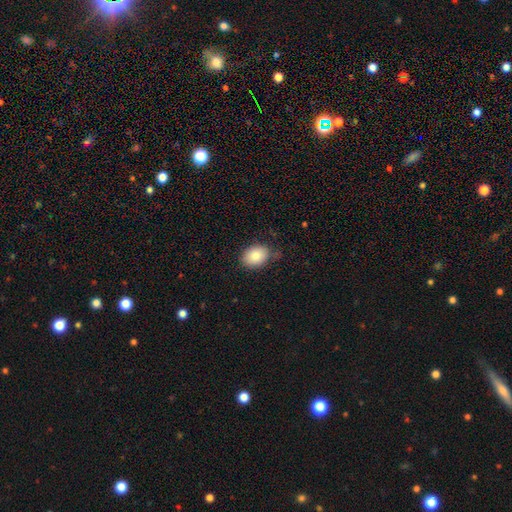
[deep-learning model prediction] Morphology: type=smooth (85%); roundness=in between (72%); merging=none (73%).